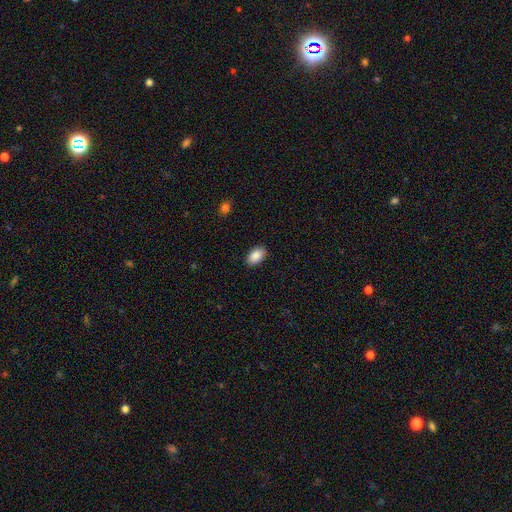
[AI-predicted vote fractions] A smooth galaxy with no disk features (89%) that is in between round and cigar-shaped (93%).

Vote fractions:
- Smooth or featured? smooth: 89% / star or artifact: 7% / featured or disk: 4%
- How rounded? in between: 93% / round: 6% / cigar-shaped: 1%
- Merging? none: 89% / minor disturbance: 8% / major disturbance: 2% / merger: 1%